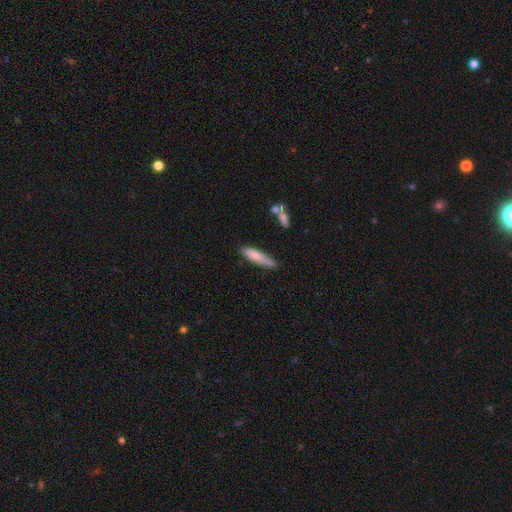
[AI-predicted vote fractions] A smooth galaxy with no disk features (75%) that is cigar-shaped (78%). Merging: none (61%).